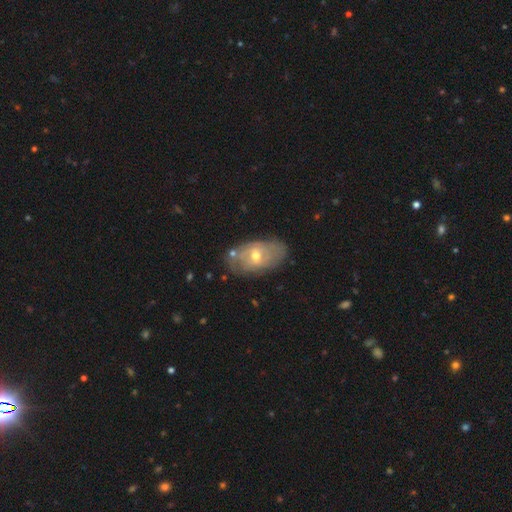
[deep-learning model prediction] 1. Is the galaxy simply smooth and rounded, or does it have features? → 60% featured or disk, 32% smooth, 8% star or artifact.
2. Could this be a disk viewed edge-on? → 91% no, 9% yes.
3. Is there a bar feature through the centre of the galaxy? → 47% no, 42% weak, 11% strong.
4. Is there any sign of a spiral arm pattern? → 50% yes (tied), 50% no (tied).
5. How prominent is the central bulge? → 60% moderate, 36% small, 2% large, 1% none, 1% dominant.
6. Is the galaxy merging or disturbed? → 70% none, 20% minor disturbance, 5% major disturbance, 5% merger.